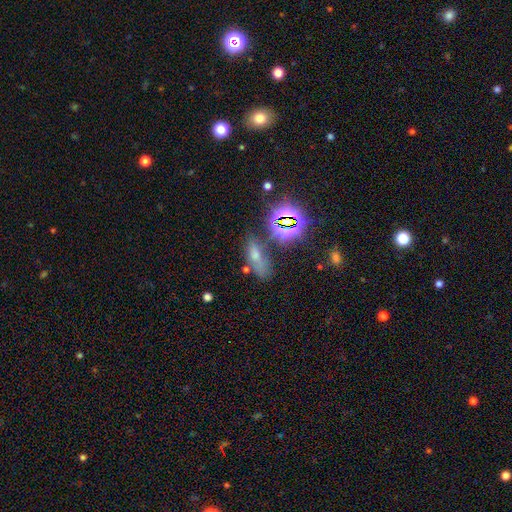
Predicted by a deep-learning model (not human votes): smooth 54%, star or artifact 30%, featured or disk 16%. Down the decision tree: how rounded — in between (67%); merging — none (56%).